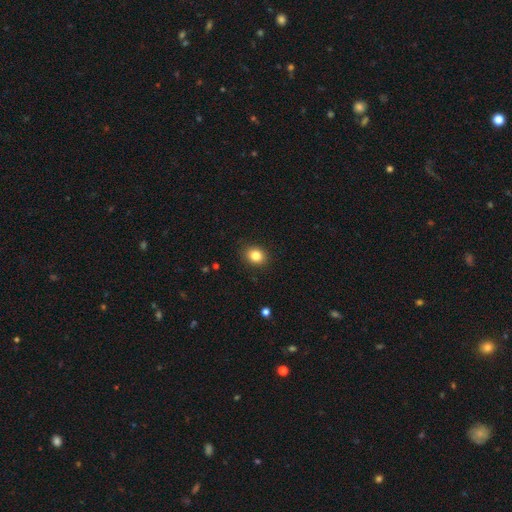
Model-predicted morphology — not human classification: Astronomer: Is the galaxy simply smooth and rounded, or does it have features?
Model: smooth — 84%.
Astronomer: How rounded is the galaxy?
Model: round — 58% (runner-up: in between, 41%).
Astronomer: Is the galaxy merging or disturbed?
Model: none — 89%.